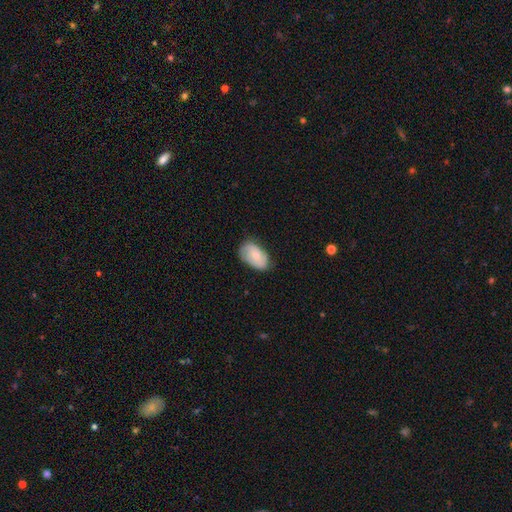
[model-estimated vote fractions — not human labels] This appears to be a smooth galaxy with no disk features (57%) that is in between round and cigar-shaped (90%). Merging: none (69%).